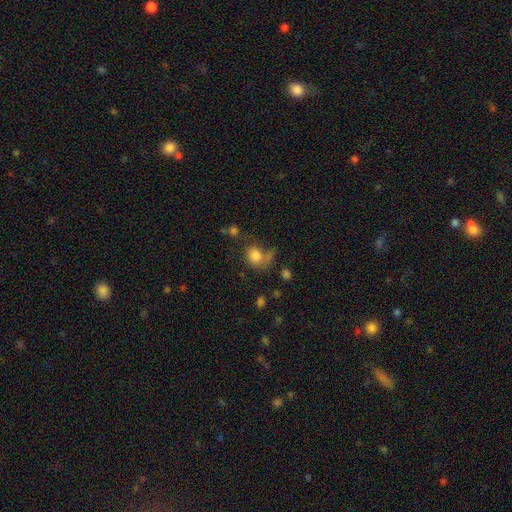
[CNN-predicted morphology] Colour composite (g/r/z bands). It shows a smooth galaxy with no disk features (79%) that is round (62%). Merging: none (47%).